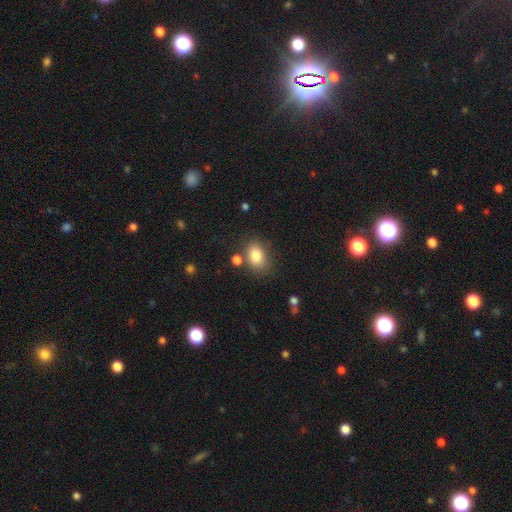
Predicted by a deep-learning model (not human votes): Smooth or featured: smooth — 83% (star or artifact — 9%)
How rounded: in between — 67% (round — 32%)
Merging: none — 72% (minor disturbance — 14%)